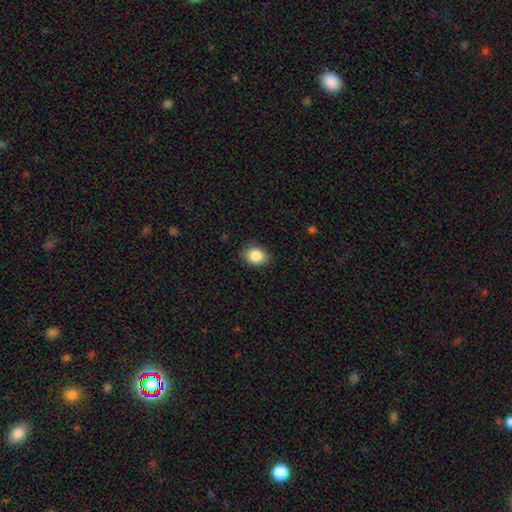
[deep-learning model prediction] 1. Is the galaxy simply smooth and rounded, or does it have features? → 86% smooth, 9% star or artifact, 5% featured or disk.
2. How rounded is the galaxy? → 53% in between, 46% round, 1% cigar-shaped.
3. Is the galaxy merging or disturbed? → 85% none, 12% minor disturbance, 3% major disturbance, 1% merger.